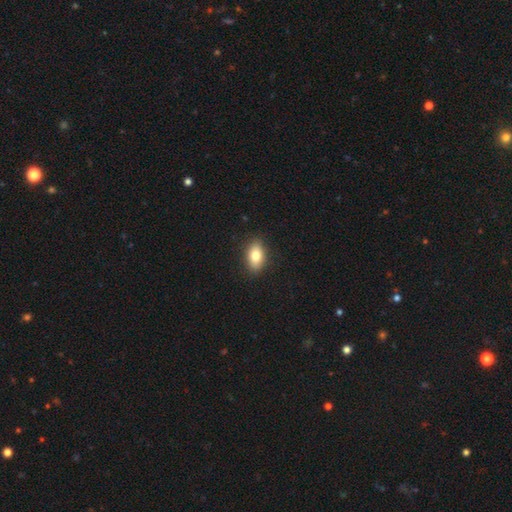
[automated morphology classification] Smooth or featured: smooth — 81% (featured or disk — 11%)
How rounded: in between — 88% (round — 8%)
Merging: none — 89% (minor disturbance — 8%)